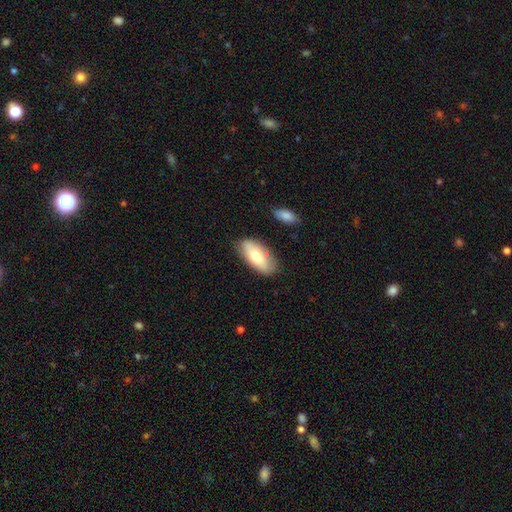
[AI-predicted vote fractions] Smooth or featured: smooth — 71% (featured or disk — 23%)
How rounded: in between — 90% (cigar-shaped — 8%)
Merging: none — 78% (minor disturbance — 16%)